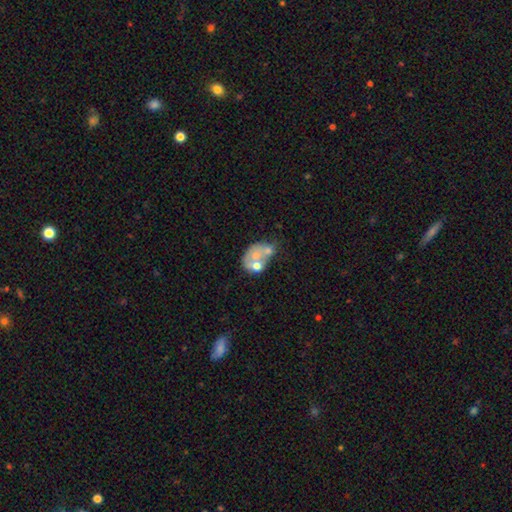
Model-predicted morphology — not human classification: Smooth or featured: featured or disk — 47% (smooth — 44%)
Merging: merger — 46% (none — 20%)